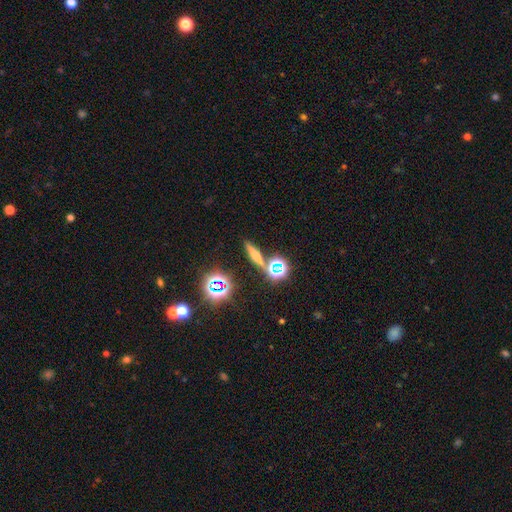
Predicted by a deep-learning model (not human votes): Smooth or featured?
  - smooth: 39% *
  - featured or disk: 33%
  - star or artifact: 28%
Merging?
  - none: 80% *
  - minor disturbance: 9%
  - merger: 8%
  - major disturbance: 3%